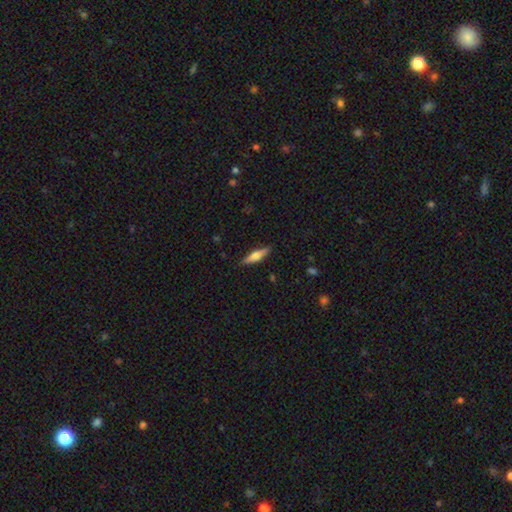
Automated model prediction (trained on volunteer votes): Smooth or featured: smooth — 47% (tied with featured or disk — 47%)
Merging: none — 89% (minor disturbance — 8%)